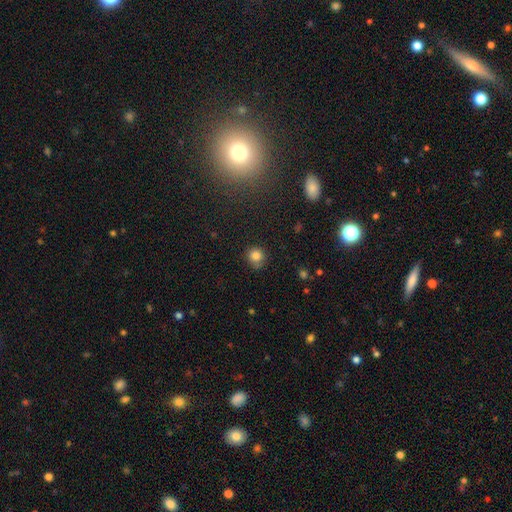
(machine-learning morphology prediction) Smooth or featured? Predicted: smooth (p=0.83). How rounded? Predicted: round (p=0.88). Merging? Predicted: none (p=0.76).